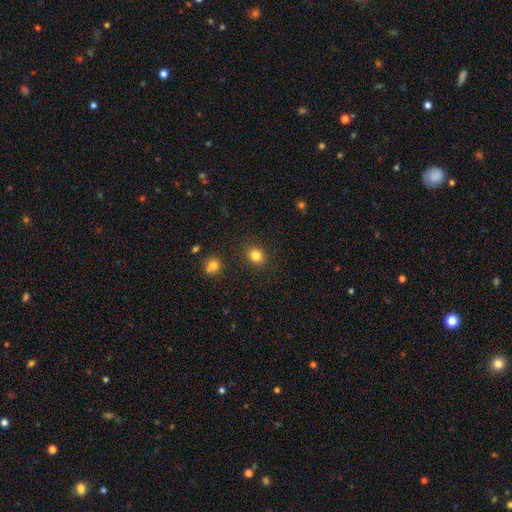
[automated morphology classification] Q: Smooth or featured?
A: smooth (83%); runner-up: star or artifact (11%)
Q: How rounded?
A: round (64%); runner-up: in between (35%)
Q: Merging?
A: none (87%); runner-up: minor disturbance (8%)